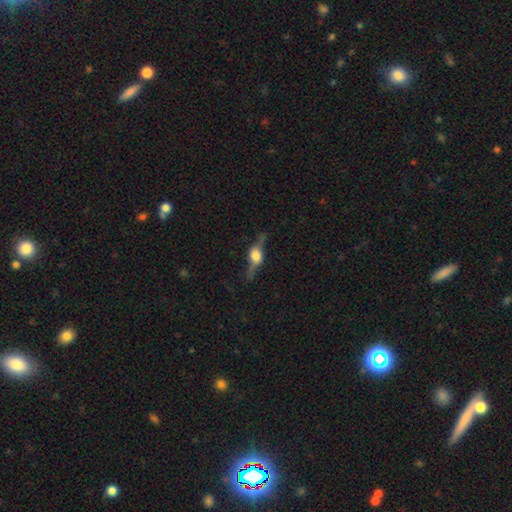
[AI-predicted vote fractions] featured or disk 76%, smooth 16%, star or artifact 8%. Down the decision tree: edge-on disk — yes (95%); edge-on bulge — rounded (93%); merging — none (78%).